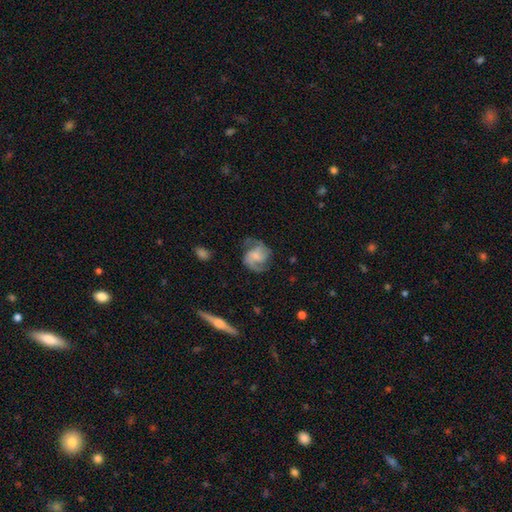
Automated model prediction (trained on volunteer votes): A featured or disk galaxy (76%) with no bar (47%), 2 (77%) medium (51%) spiral arms (94%) and a small central bulge (44%). Merging: none (66%).